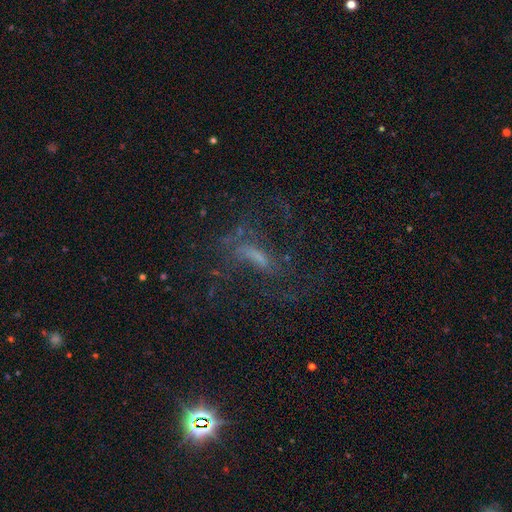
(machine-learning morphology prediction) This appears to be a featured or disk galaxy (58%). Merging: none (49%).